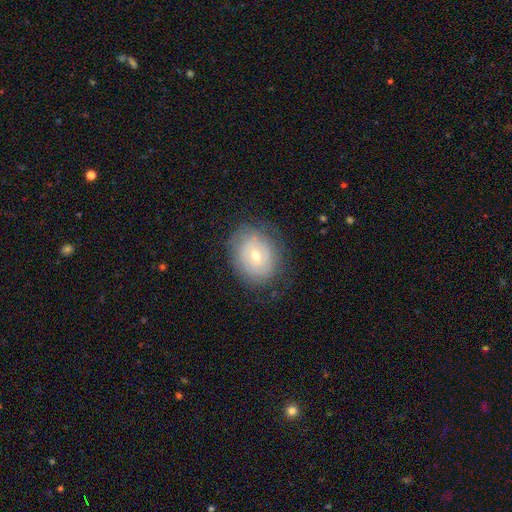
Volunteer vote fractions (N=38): Q: Smooth or featured?
A: smooth (53%); runner-up: featured or disk (45%)
Q: How rounded?
A: round (50%); tied with: in between (50%)
Q: Merging?
A: none (70%); runner-up: minor disturbance (24%)